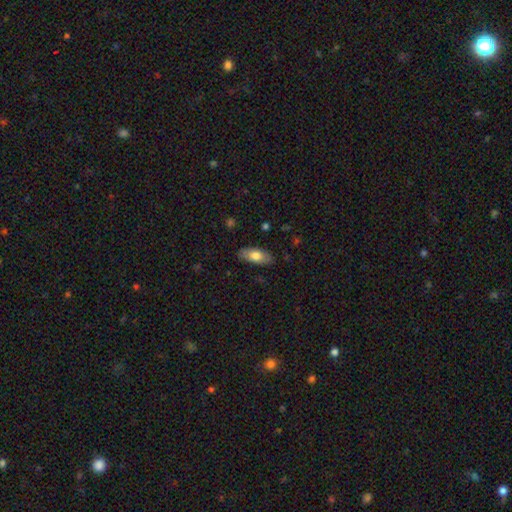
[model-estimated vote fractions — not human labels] This is likely a smooth galaxy (74%). How rounded: clearly in between (86%). Merging: clearly none (85%).